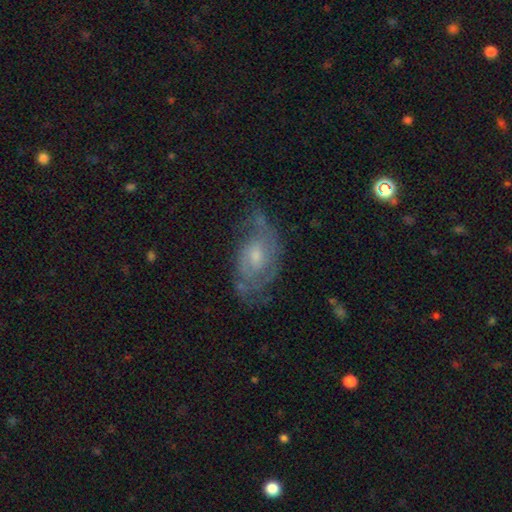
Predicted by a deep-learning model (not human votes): Smooth or featured?
  - featured or disk: 74% *
  - smooth: 18%
  - star or artifact: 9%
Edge-on disk?
  - no: 95% *
  - yes: 5%
Bar?
  - no: 63% *
  - weak: 32%
  - strong: 5%
Spiral arms?
  - yes: 85% *
  - no: 15%
Spiral winding?
  - tight: 41% *
  - medium: 40%
  - loose: 18%
Spiral arm count?
  - 2: 52% *
  - can't tell: 31%
  - 3: 6%
  - 1: 6%
  - 4: 3%
  - more than 4: 3%
Bulge size?
  - small: 49% *
  - moderate: 42%
  - none: 5%
  - large: 3%
  - dominant: 1%
Merging?
  - none: 58% *
  - minor disturbance: 24%
  - major disturbance: 16%
  - merger: 2%